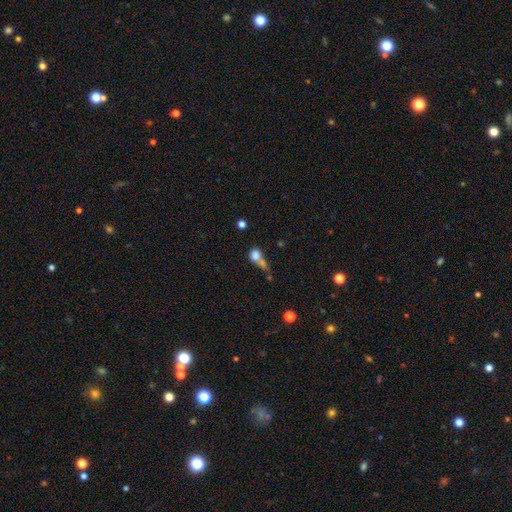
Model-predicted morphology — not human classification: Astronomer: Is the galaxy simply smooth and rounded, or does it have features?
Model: smooth — 73%.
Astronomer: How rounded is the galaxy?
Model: round — 56% (runner-up: in between, 39%).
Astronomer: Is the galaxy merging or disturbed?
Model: merger — 56%.